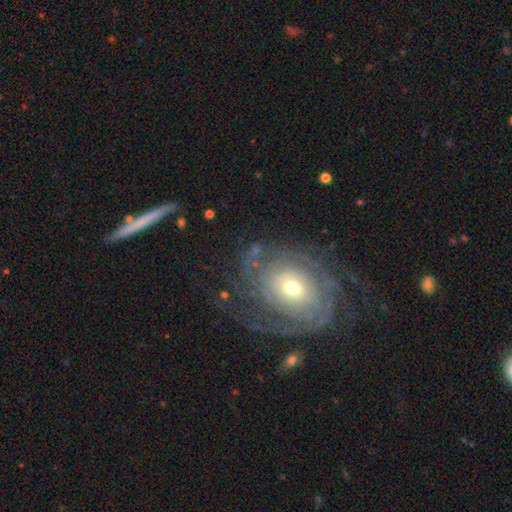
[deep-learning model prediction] Smooth or featured? Predicted: featured or disk (p=0.79). Edge-on disk? Predicted: no (p=0.96). Bar? Predicted: no (p=0.79). Spiral arms? Predicted: yes (p=0.89). Spiral winding? Predicted: tight (p=0.67). Spiral arm count? Predicted: can't tell (p=0.39). Bulge size? Predicted: moderate (p=0.53). Merging? Predicted: none (p=0.65).